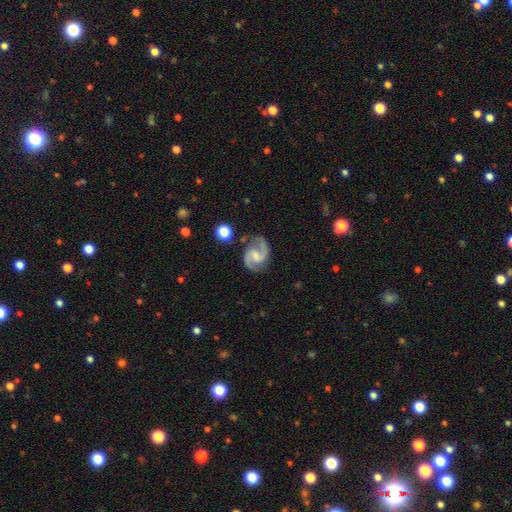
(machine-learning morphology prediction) This appears to be a featured or disk galaxy (89%) with a weak bar (54%), 2 (93%) medium (61%) spiral arms (98%) and a small central bulge (37%). Merging: none (81%).